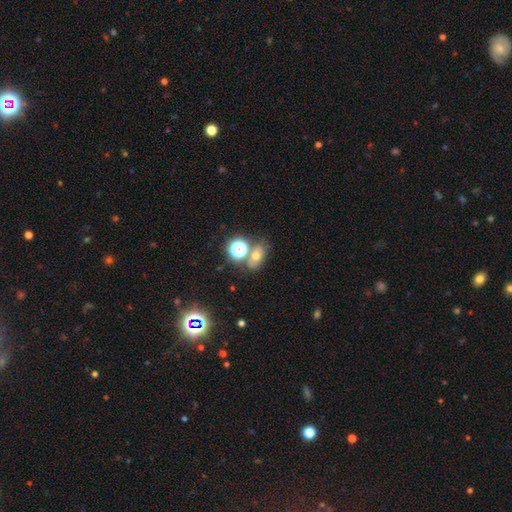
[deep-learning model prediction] This appears to be a smooth galaxy with no disk features (56%) that is in between round and cigar-shaped (62%). Merging: none (59%).